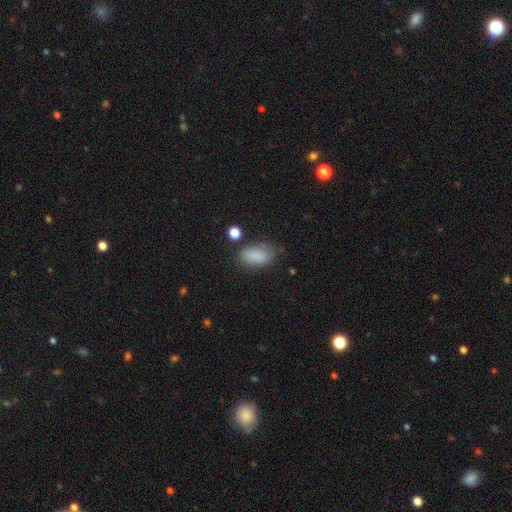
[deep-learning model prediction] A smooth galaxy with no disk features (83%) that is in between round and cigar-shaped (91%).

Vote fractions:
- Smooth or featured? smooth: 83% / featured or disk: 9% / star or artifact: 8%
- How rounded? in between: 91% / round: 7% / cigar-shaped: 2%
- Merging? none: 65% / minor disturbance: 23% / major disturbance: 7% / merger: 5%